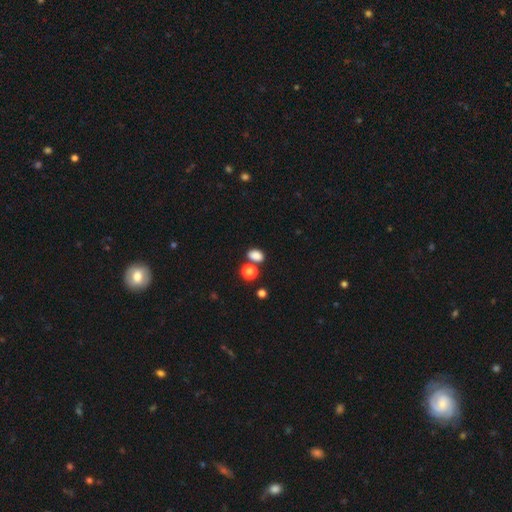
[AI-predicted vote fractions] This is clearly a smooth galaxy (83%). How rounded: likely in between (75%). Merging: likely none (65%).